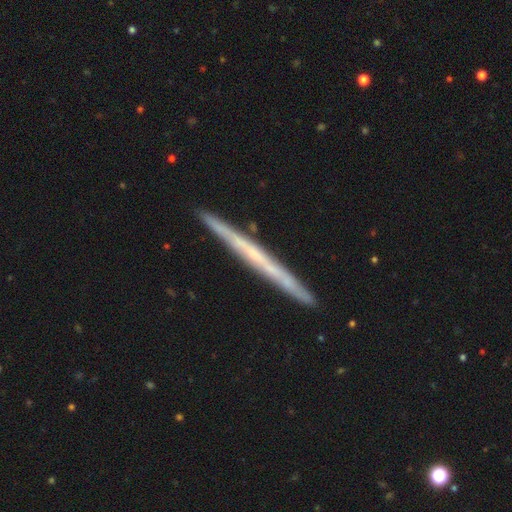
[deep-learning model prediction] Overall: featured or disk (68%). Edge-on disk: yes (96%). Edge-on bulge: none (84%). Merging: none (90%).